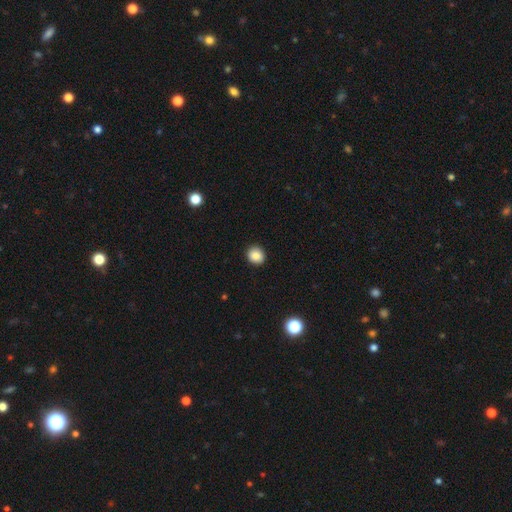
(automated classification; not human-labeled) smooth_or_featured: smooth (p=0.86) [alt: star or artifact p=0.09]
how_rounded: round (p=0.84) [alt: in between p=0.16]
merging: none (p=0.91) [alt: minor disturbance p=0.06]